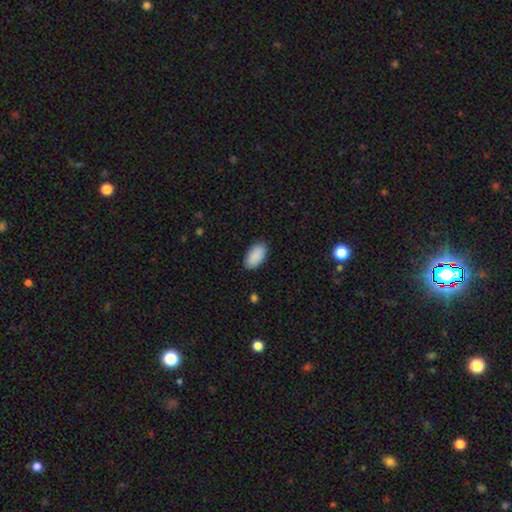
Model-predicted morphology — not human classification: type=smooth (91%); roundness=in between (95%); merging=none (87%).